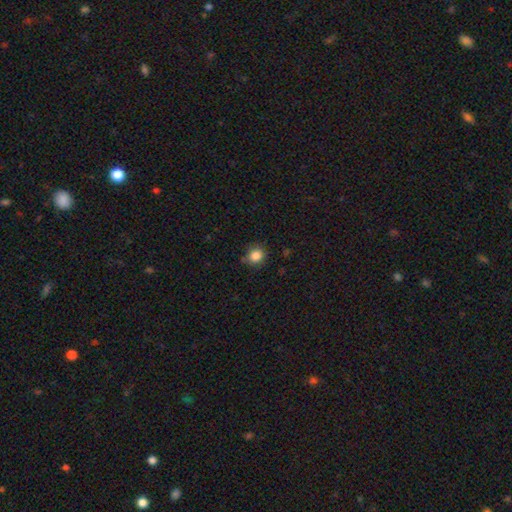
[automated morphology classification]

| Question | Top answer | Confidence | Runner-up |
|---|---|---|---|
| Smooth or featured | smooth | 84% | star or artifact (11%) |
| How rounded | round | 82% | in between (17%) |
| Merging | none | 75% | minor disturbance (19%) |